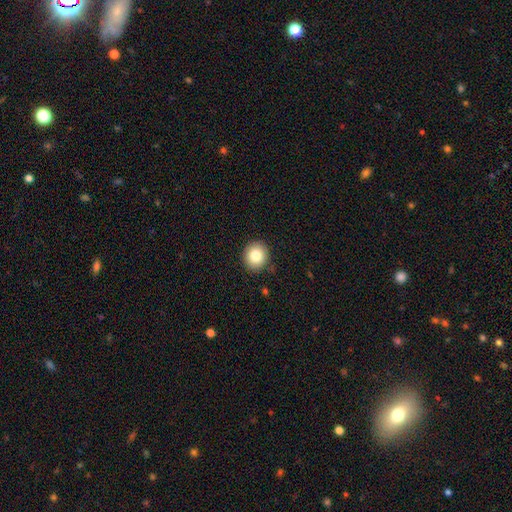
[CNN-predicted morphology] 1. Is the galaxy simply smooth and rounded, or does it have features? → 82% smooth, 10% star or artifact, 8% featured or disk.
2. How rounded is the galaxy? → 81% round, 18% in between, 1% cigar-shaped.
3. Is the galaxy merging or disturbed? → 89% none, 8% minor disturbance, 2% major disturbance, 1% merger.